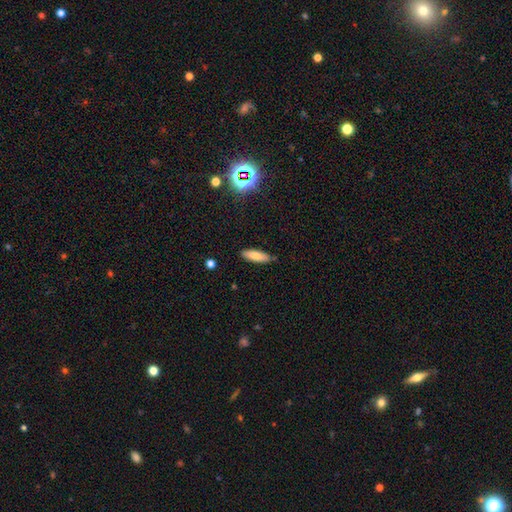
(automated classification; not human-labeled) A smooth galaxy with no disk features (78%) that is in between round and cigar-shaped (52%).

Vote fractions:
- Smooth or featured? smooth: 78% / featured or disk: 13% / star or artifact: 8%
- How rounded? in between: 52% / cigar-shaped: 46% / round: 2%
- Merging? none: 85% / minor disturbance: 12% / major disturbance: 2% / merger: 2%